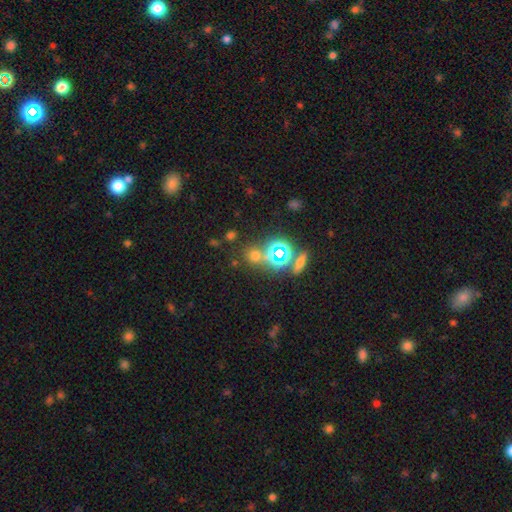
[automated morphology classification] Overall: smooth (51%; star or artifact 41%). How rounded: round (84%). Merging: none (73%).